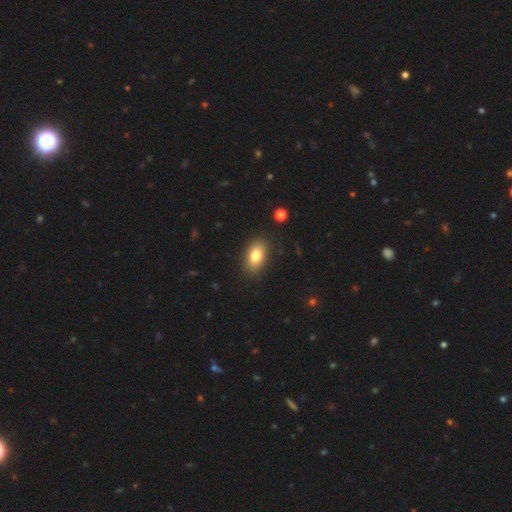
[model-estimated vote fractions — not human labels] This appears to be a smooth galaxy with no disk features (80%) that is in between round and cigar-shaped (87%). Merging: none (87%).